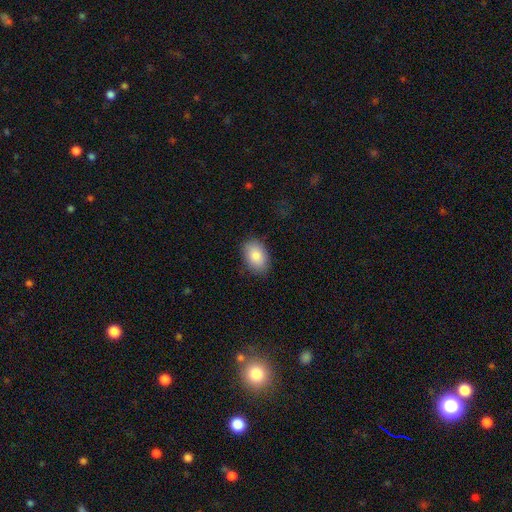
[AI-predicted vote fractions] Smooth or featured?
  - smooth: 85% *
  - featured or disk: 8%
  - star or artifact: 7%
How rounded?
  - in between: 87% *
  - round: 12%
  - cigar-shaped: 1%
Merging?
  - none: 85% *
  - minor disturbance: 12%
  - major disturbance: 3%
  - merger: 1%